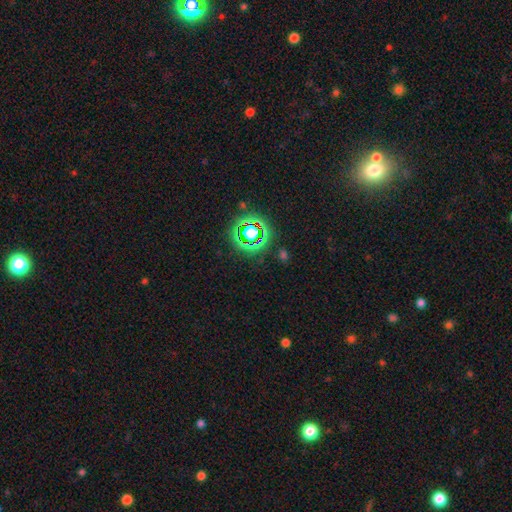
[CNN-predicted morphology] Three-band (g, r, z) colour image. It shows a star or artifact, not a galaxy (69%).